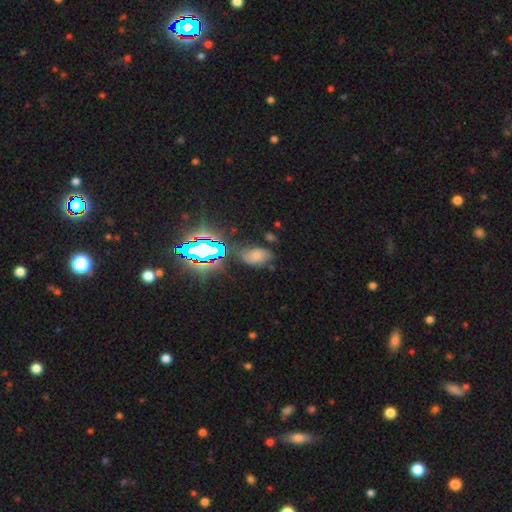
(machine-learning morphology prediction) Smooth or featured: smooth — 53% (star or artifact — 29%)
How rounded: in between — 90% (round — 8%)
Merging: none — 61% (minor disturbance — 24%)